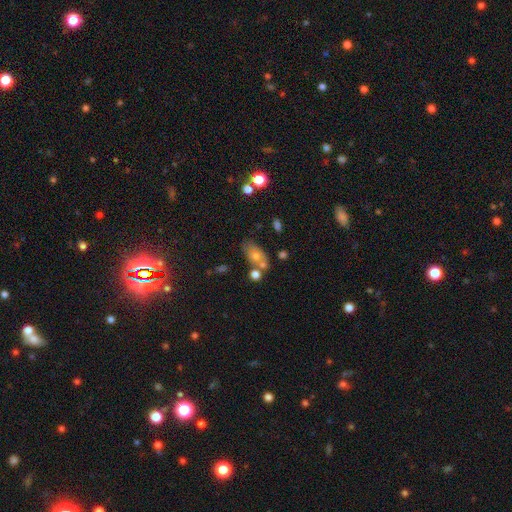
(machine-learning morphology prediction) This is likely a smooth galaxy (63%). How rounded: clearly in between (83%). Merging: possibly none (49%).